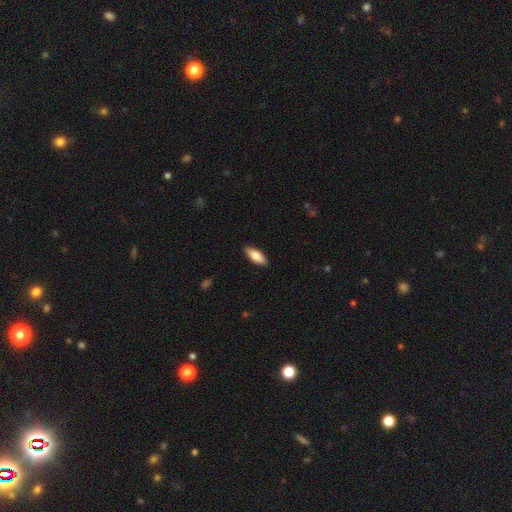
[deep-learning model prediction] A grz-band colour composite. It shows a smooth galaxy with no disk features (78%) that is in between round and cigar-shaped (76%). Merging: none (89%).